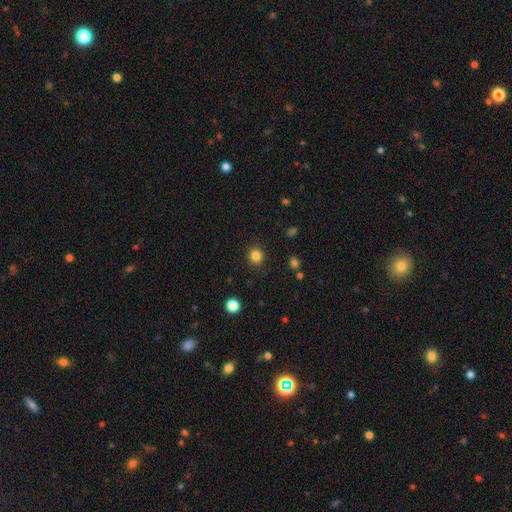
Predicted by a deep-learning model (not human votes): A smooth galaxy with no disk features (84%) that is round (84%).

Vote fractions:
- Smooth or featured? smooth: 84% / star or artifact: 12% / featured or disk: 4%
- How rounded? round: 84% / in between: 15% / cigar-shaped: 1%
- Merging? none: 88% / minor disturbance: 8% / major disturbance: 3% / merger: 1%